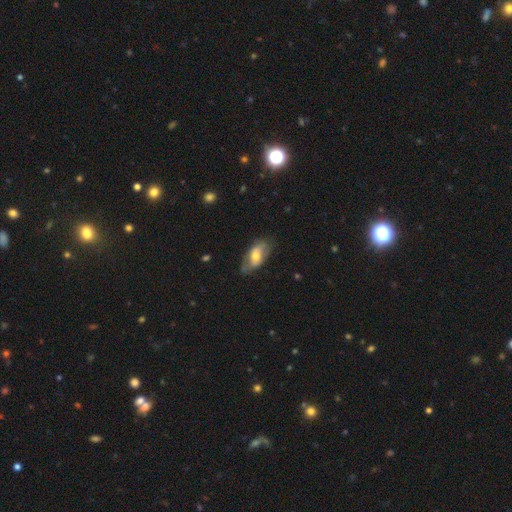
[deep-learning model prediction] The model was most divided on "smooth or featured": smooth: 49%, featured or disk: 45%, star or artifact: 7%. More confident: merging — none (67%).